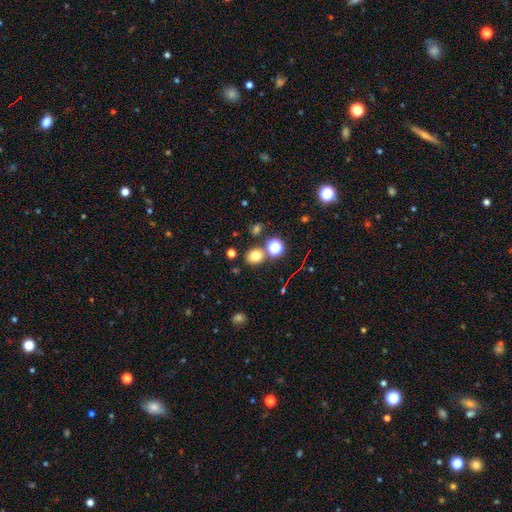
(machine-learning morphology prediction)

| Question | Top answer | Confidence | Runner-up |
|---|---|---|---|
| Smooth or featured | smooth | 73% | star or artifact (19%) |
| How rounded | round | 74% | in between (25%) |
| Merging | none | 76% | merger (12%) |